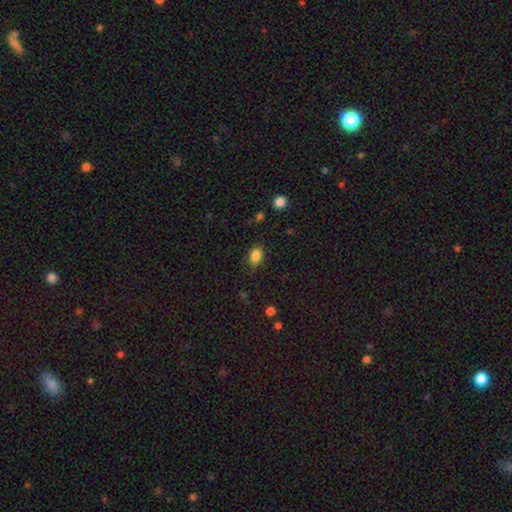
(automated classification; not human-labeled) A smooth galaxy with no disk features (85%) that is in between round and cigar-shaped (76%). Merging: none (83%).